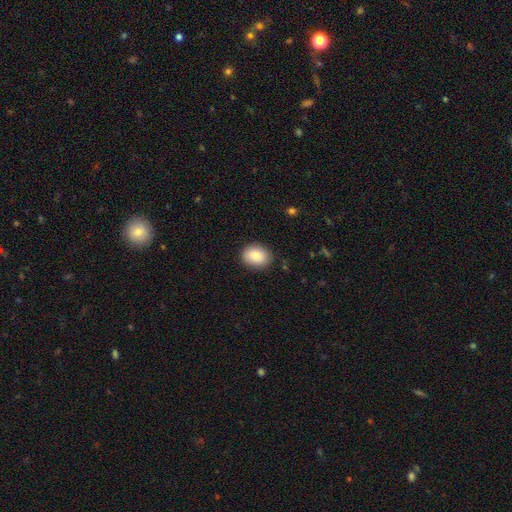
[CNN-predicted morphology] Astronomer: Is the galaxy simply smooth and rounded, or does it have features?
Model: smooth — 86%.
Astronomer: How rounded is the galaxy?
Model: in between — 62% (runner-up: round, 37%).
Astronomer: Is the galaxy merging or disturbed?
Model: none — 86%.